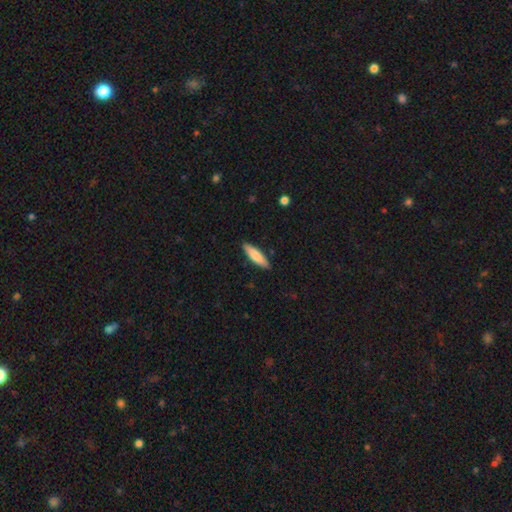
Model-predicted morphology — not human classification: Smooth or featured?
  - smooth: 78% *
  - featured or disk: 17%
  - star or artifact: 5%
How rounded?
  - cigar-shaped: 68% *
  - in between: 31%
  - round: 1%
Merging?
  - none: 88% *
  - minor disturbance: 9%
  - major disturbance: 2%
  - merger: 1%